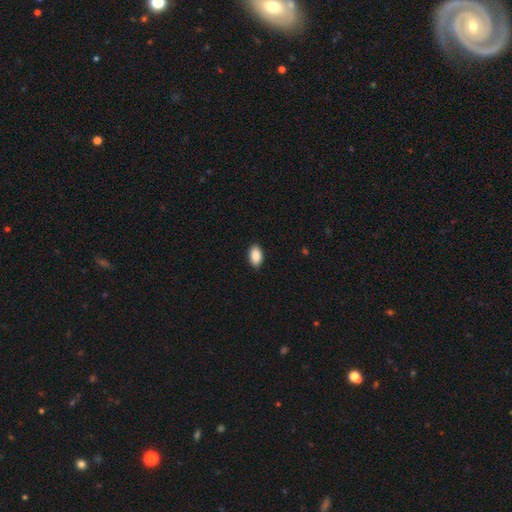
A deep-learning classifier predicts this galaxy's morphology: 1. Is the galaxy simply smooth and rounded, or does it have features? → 89% smooth, 7% star or artifact, 4% featured or disk.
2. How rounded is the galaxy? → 92% in between, 6% round, 2% cigar-shaped.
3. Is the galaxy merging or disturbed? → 88% none, 9% minor disturbance, 2% major disturbance, 1% merger.